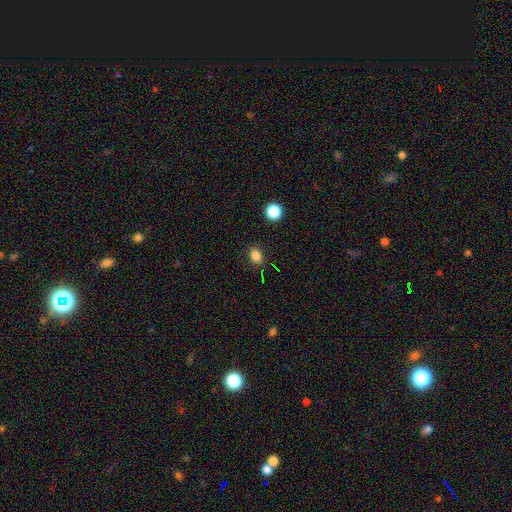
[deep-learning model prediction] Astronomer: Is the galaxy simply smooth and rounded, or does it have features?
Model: smooth — 83%.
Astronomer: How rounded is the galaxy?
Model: in between — 51% (runner-up: round, 48%).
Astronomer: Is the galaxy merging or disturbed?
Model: none — 86%.